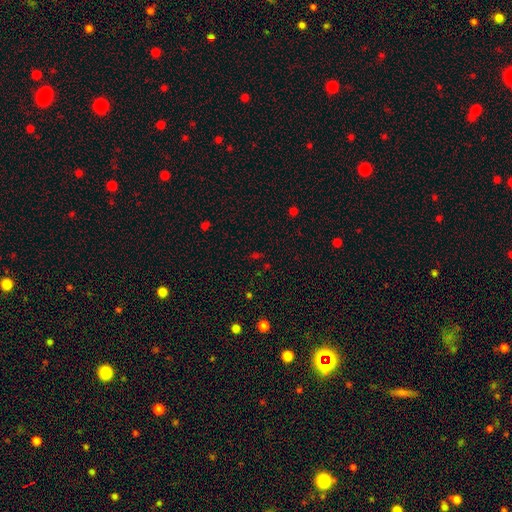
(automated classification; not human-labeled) A star or artifact, not a galaxy (55%).